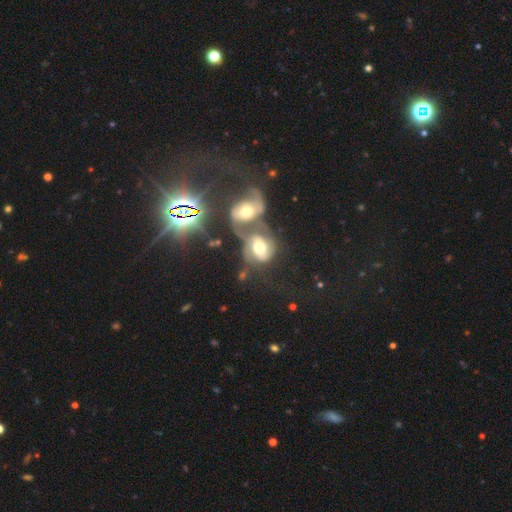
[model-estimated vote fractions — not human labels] A featured or disk galaxy (52%).

Vote fractions:
- Smooth or featured? featured or disk: 52% / smooth: 30% / star or artifact: 19%
- Edge-on disk? no: 94% / yes: 6%
- Merging? merger: 70% / none: 14% / major disturbance: 9% / minor disturbance: 6%